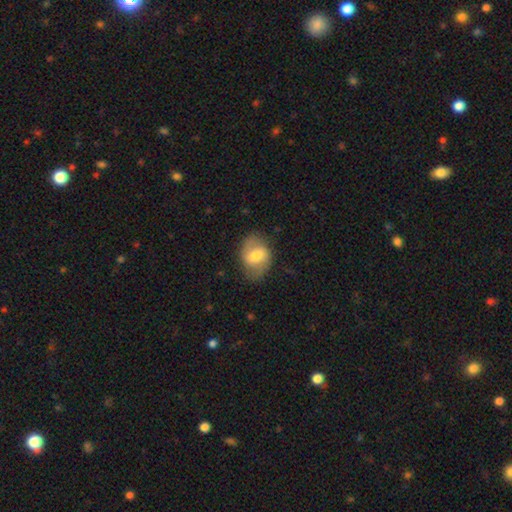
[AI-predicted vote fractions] Smooth or featured: featured or disk — 50% (smooth — 43%)
Merging: none — 74% (minor disturbance — 18%)